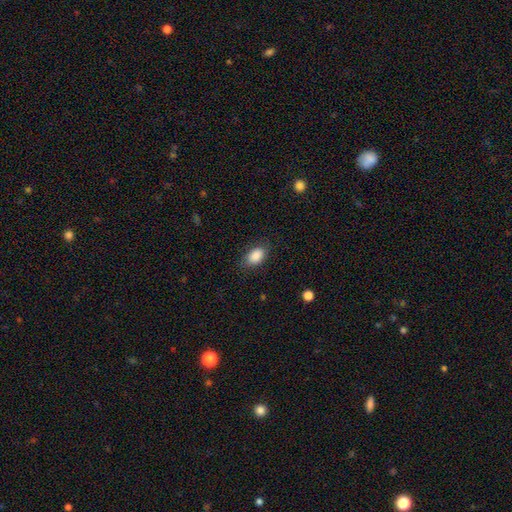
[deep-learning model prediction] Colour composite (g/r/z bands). It shows a smooth galaxy with no disk features (88%) that is in between round and cigar-shaped (87%). Merging: none (79%).